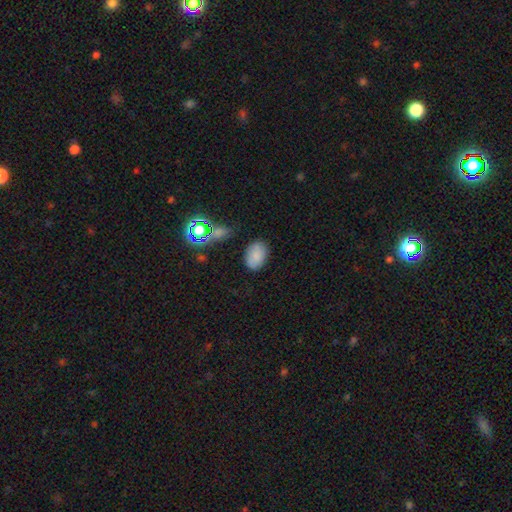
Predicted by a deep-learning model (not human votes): smooth-or-featured: smooth: 81% | star or artifact: 11% | featured or disk: 9%
  how-rounded: in between: 84% | round: 14% | cigar-shaped: 1%
  merging: none: 77% | minor disturbance: 16% | major disturbance: 4% | merger: 3%